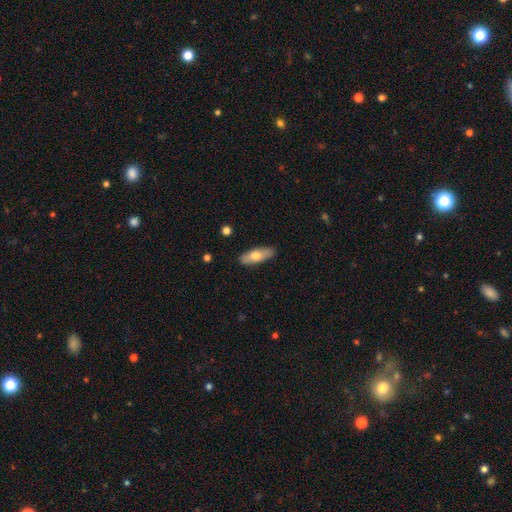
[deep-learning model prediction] A smooth galaxy with no disk features (66%) that is in between round and cigar-shaped (68%). Merging: none (87%).